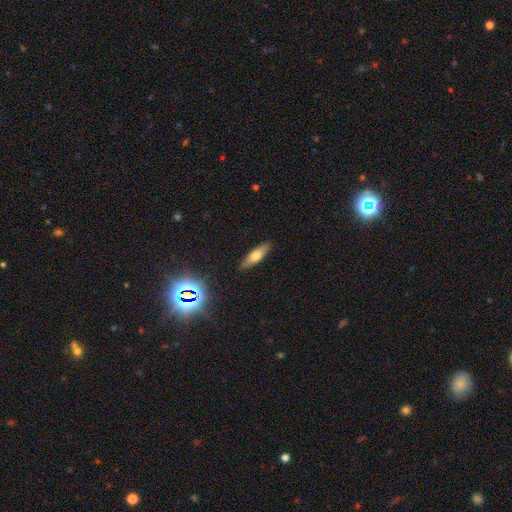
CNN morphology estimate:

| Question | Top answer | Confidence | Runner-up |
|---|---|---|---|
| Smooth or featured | smooth | 54% | featured or disk (36%) |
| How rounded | cigar-shaped | 59% | in between (38%) |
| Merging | none | 88% | minor disturbance (8%) |